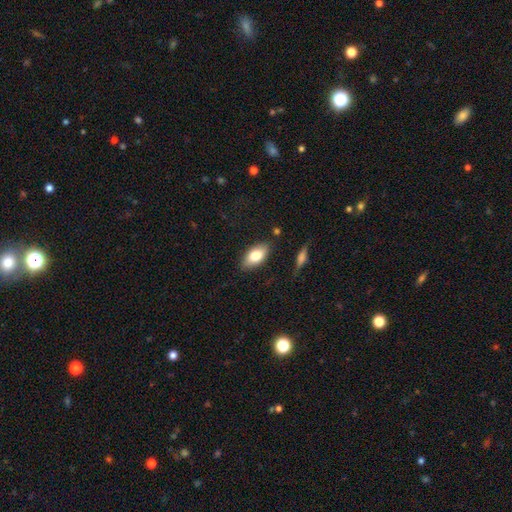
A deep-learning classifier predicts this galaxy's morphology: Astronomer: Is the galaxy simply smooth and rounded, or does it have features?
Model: smooth — 78%.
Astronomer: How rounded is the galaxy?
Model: in between — 91%.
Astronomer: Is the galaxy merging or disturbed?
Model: none — 84%.